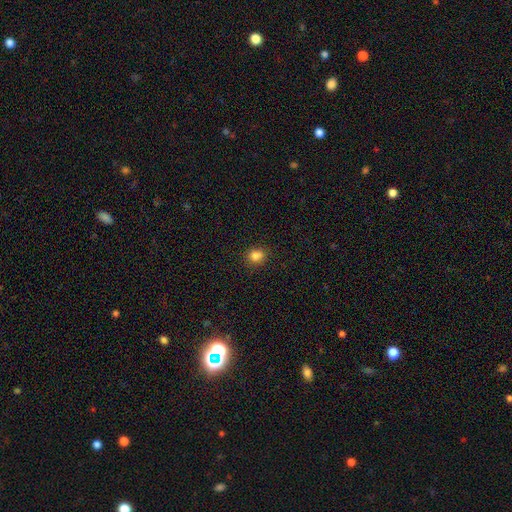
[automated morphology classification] The model was most divided on "how rounded": round: 72%, in between: 27%, cigar-shaped: 1%. More confident: merging — none (82%); smooth or featured — smooth (82%).